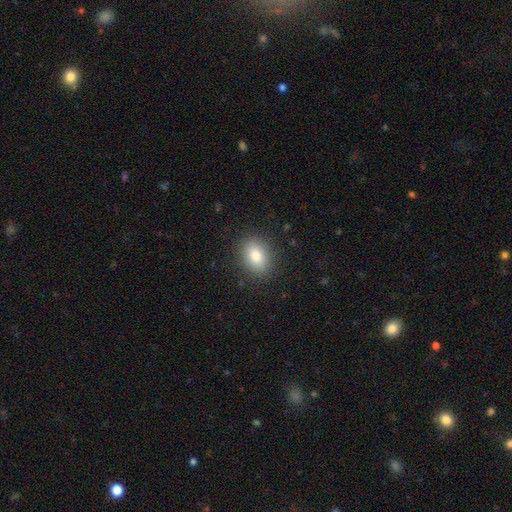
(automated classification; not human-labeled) Q: Smooth or featured?
A: smooth (83%); runner-up: star or artifact (9%)
Q: How rounded?
A: in between (68%); runner-up: round (31%)
Q: Merging?
A: none (87%); runner-up: minor disturbance (9%)